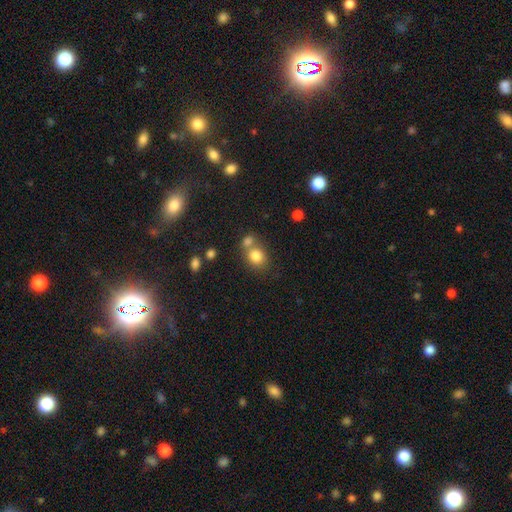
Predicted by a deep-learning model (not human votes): A smooth galaxy with no disk features (81%) that is round (70%).

Vote fractions:
- Smooth or featured? smooth: 81% / star or artifact: 11% / featured or disk: 8%
- How rounded? round: 70% / in between: 29% / cigar-shaped: 1%
- Merging? none: 49% / merger: 37% / minor disturbance: 10% / major disturbance: 4%